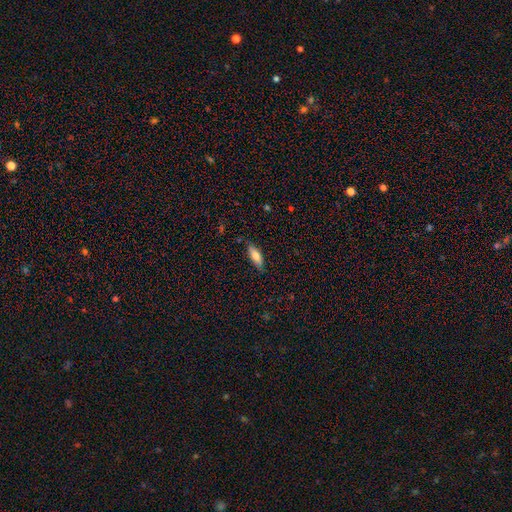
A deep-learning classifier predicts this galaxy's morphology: type=smooth (76%); roundness=in between (62%); merging=none (81%).